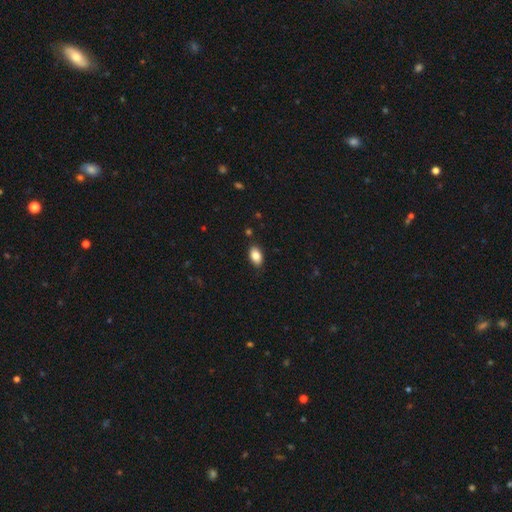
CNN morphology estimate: Smooth or featured? Predicted: smooth (p=0.85). How rounded? Predicted: in between (p=0.91). Merging? Predicted: none (p=0.85).